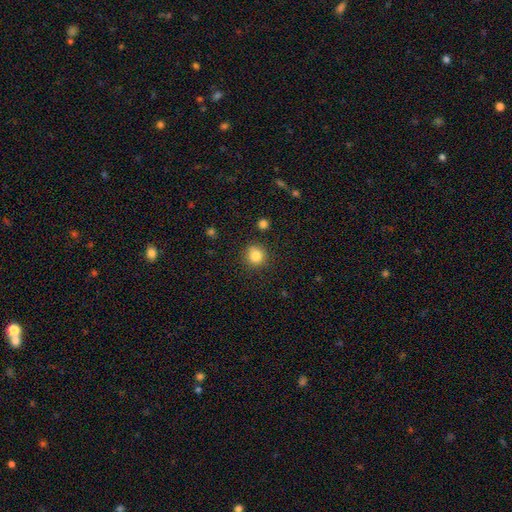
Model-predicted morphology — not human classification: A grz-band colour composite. It shows a smooth galaxy with no disk features (84%) that is round (92%). Merging: none (88%).